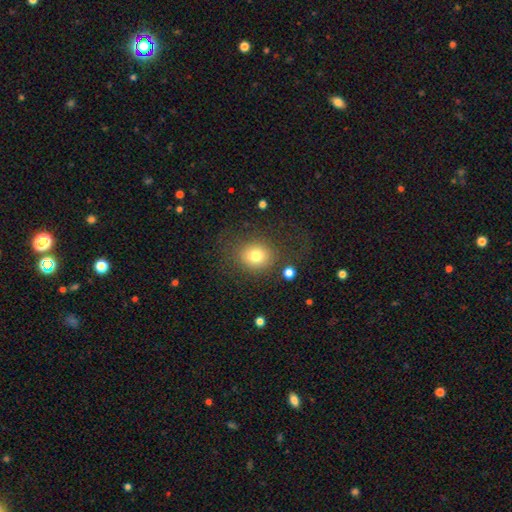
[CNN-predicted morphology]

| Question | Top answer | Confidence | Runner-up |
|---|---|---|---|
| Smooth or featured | smooth | 76% | star or artifact (12%) |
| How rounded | round | 74% | in between (25%) |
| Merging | none | 73% | minor disturbance (12%) |